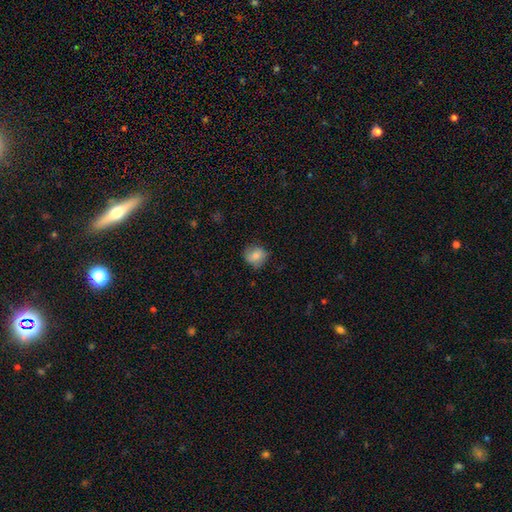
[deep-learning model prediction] Smooth or featured? smooth (81%)
How rounded? round (80%)
Merging? none (75%)